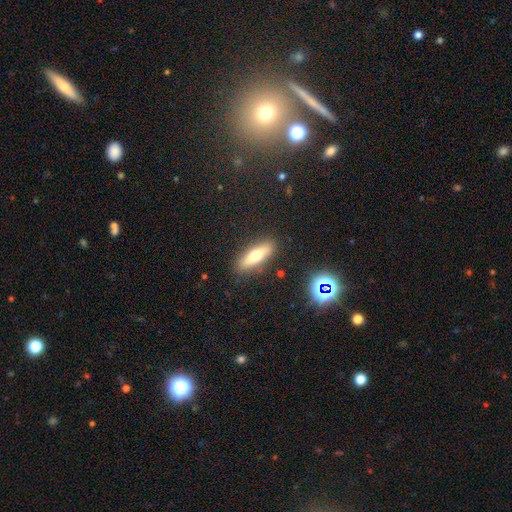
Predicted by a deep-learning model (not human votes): Smooth or featured? smooth (58%)
How rounded? cigar-shaped (59%)
Merging? none (86%)